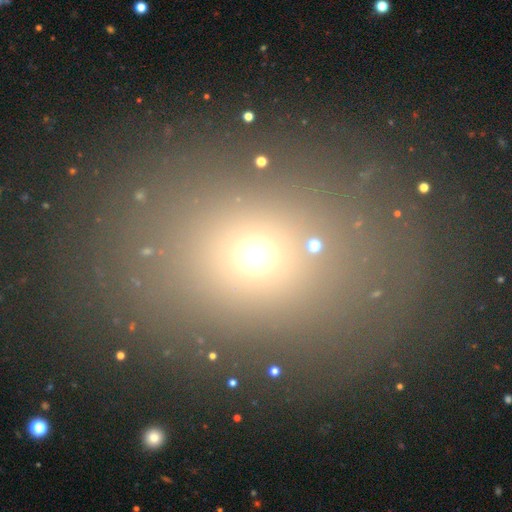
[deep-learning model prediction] Smooth or featured? smooth (61%)
How rounded? in between (53%)
Merging? none (75%)